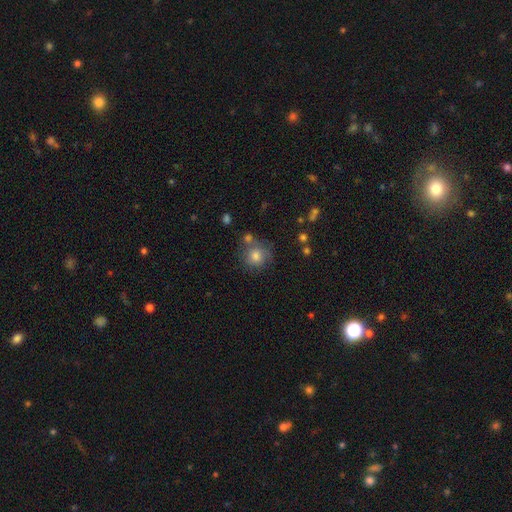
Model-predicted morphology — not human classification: A smooth galaxy with no disk features (75%) that is round (89%).

Vote fractions:
- Smooth or featured? smooth: 75% / featured or disk: 14% / star or artifact: 12%
- How rounded? round: 89% / in between: 10% / cigar-shaped: 1%
- Merging? none: 64% / minor disturbance: 17% / merger: 12% / major disturbance: 7%